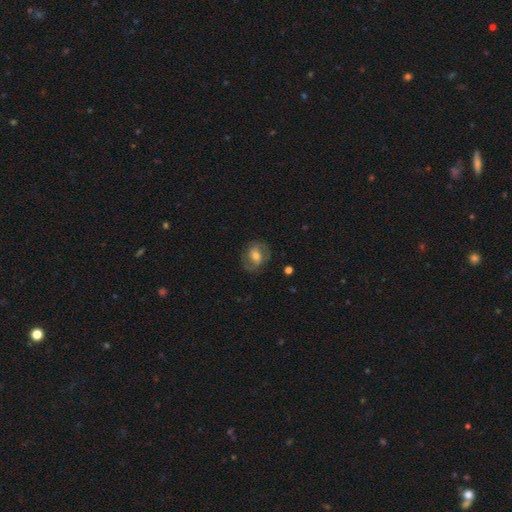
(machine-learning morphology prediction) A featured or disk galaxy (53%) with no bar (40%), spiral arms (71%) and a moderate central bulge (58%). Merging: none (75%).